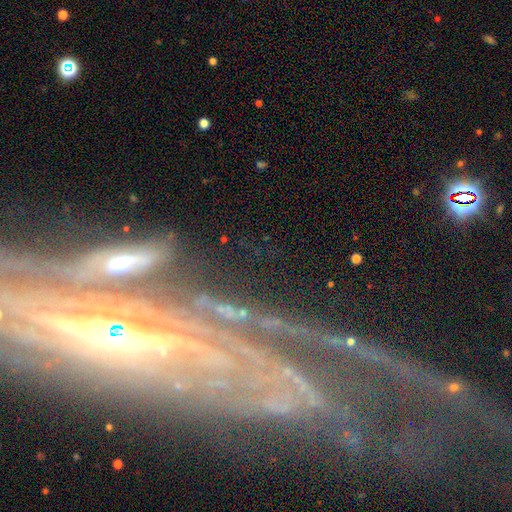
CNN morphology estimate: featured or disk 61%, star or artifact 20%, smooth 19%. Down the decision tree: edge-on disk — no (68%); merging — none (71%).